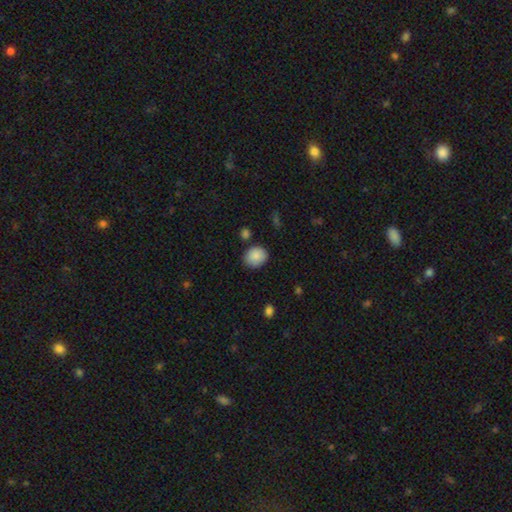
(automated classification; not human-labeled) Morphology: type=smooth (86%); roundness=round (66%); merging=none (81%).